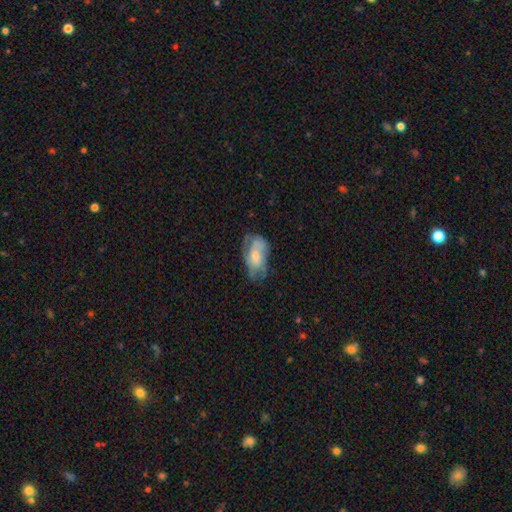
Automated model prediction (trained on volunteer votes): Smooth or featured: featured or disk — 56% (smooth — 37%)
Edge-on disk: no — 95% (yes — 5%)
Bar: no — 71% (weak — 24%)
Spiral arms: yes — 68% (no — 32%)
Bulge size: moderate — 44% (small — 33%)
Merging: none — 48% (minor disturbance — 29%)